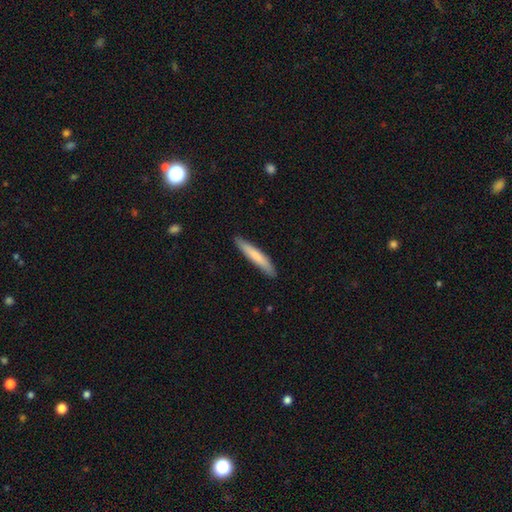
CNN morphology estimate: smooth 74%, featured or disk 20%, star or artifact 5%. Down the decision tree: how rounded — cigar-shaped (94%); merging — none (88%).